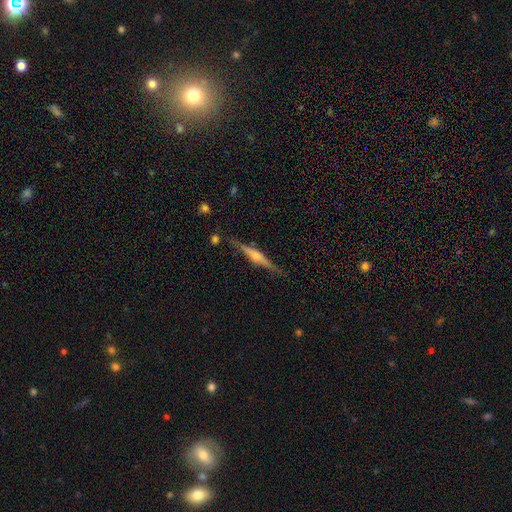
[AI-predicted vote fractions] Morphology: type=featured or disk (78%); edge-on=yes (98%); edge-on bulge=rounded (80%); merging=none (86%).